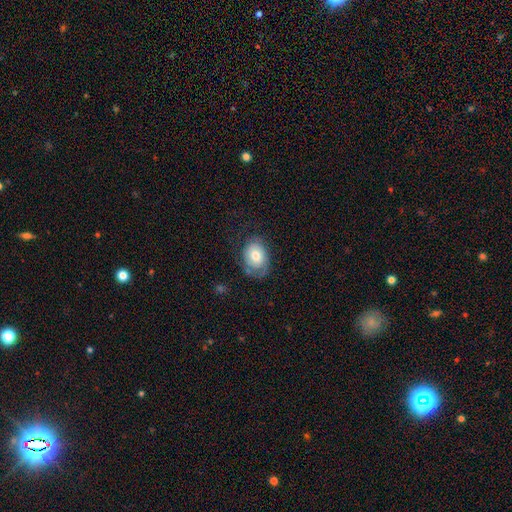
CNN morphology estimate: Smooth or featured?
  - smooth: 63% *
  - featured or disk: 29%
  - star or artifact: 8%
How rounded?
  - in between: 64% *
  - round: 35%
  - cigar-shaped: 1%
Merging?
  - none: 62% *
  - minor disturbance: 25%
  - major disturbance: 12%
  - merger: 2%